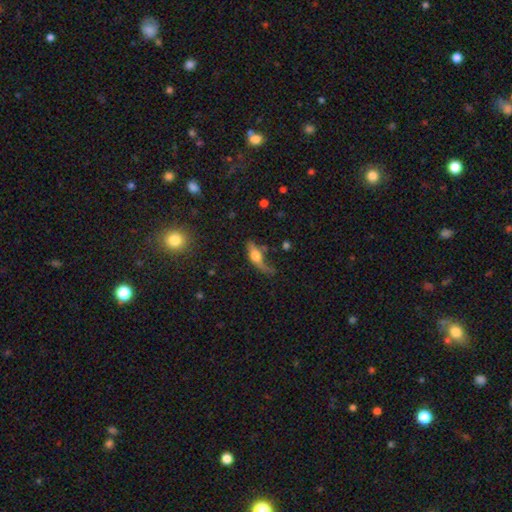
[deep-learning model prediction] smooth 52%, featured or disk 39%, star or artifact 9%. Down the decision tree: how rounded — in between (56%); merging — none (36%).